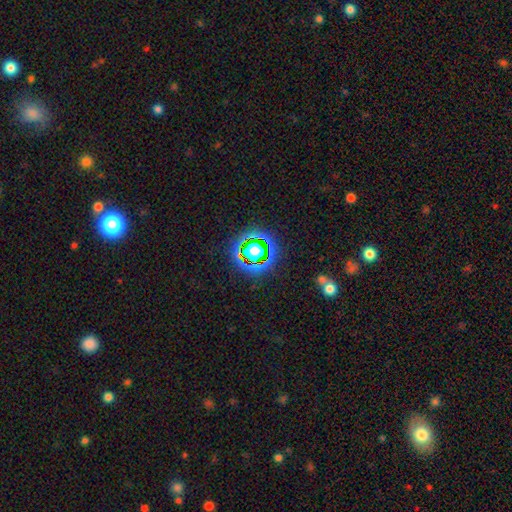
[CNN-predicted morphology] Q: Smooth or featured?
A: star or artifact (76%); runner-up: smooth (15%)